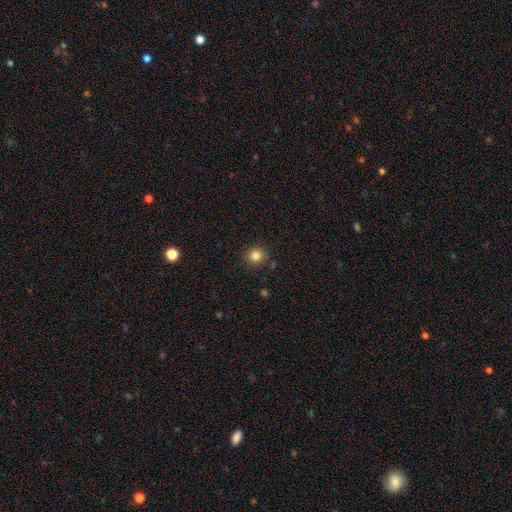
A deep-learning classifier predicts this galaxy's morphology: This appears to be a smooth galaxy with no disk features (83%) that is round (92%). Merging: none (89%).